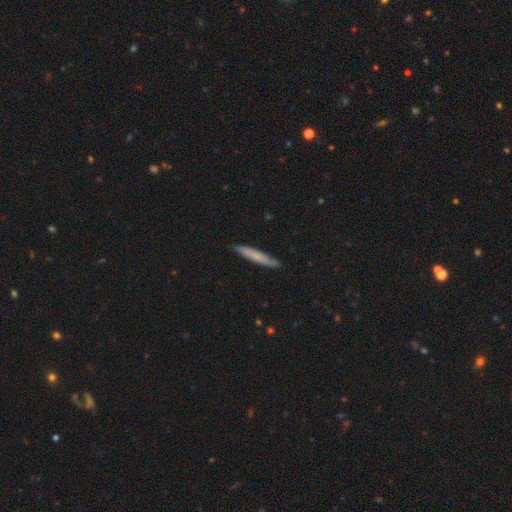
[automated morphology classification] smooth 60%, featured or disk 34%, star or artifact 6%. Down the decision tree: how rounded — cigar-shaped (94%); merging — none (87%).